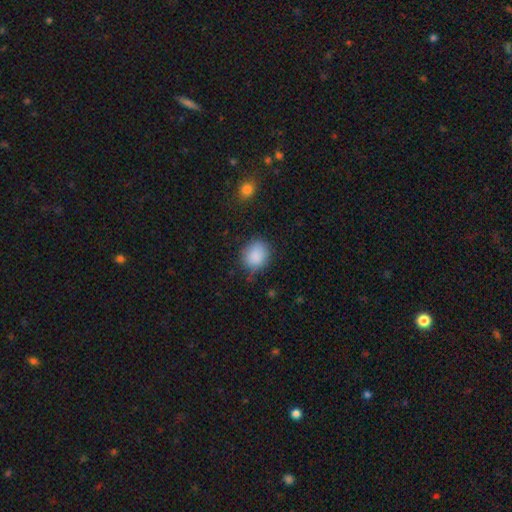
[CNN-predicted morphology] Smooth or featured?
  - smooth: 88% *
  - star or artifact: 8%
  - featured or disk: 4%
How rounded?
  - round: 66% *
  - in between: 33%
  - cigar-shaped: 1%
Merging?
  - none: 80% *
  - minor disturbance: 14%
  - major disturbance: 4%
  - merger: 2%